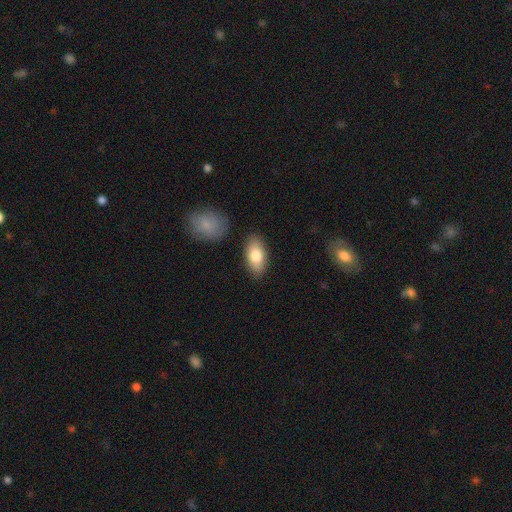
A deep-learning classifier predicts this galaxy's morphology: A smooth galaxy with no disk features (78%) that is in between round and cigar-shaped (91%). Merging: none (85%).